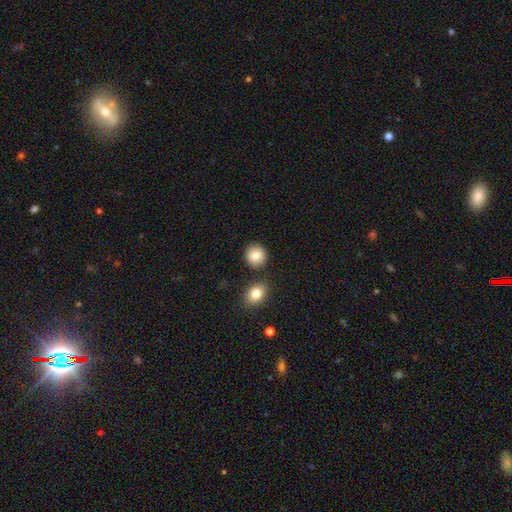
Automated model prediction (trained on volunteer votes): This appears to be a smooth galaxy with no disk features (85%) that is round (83%). Merging: none (83%).